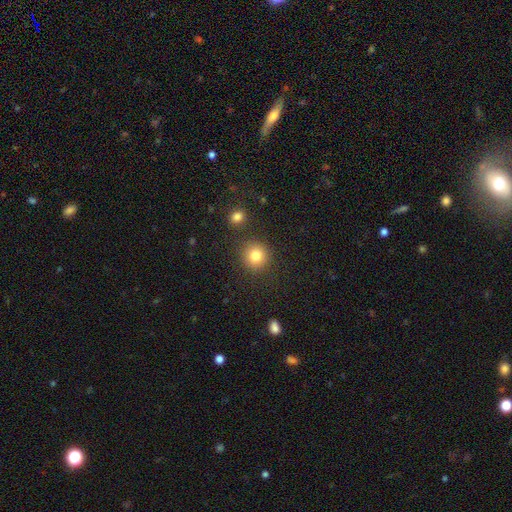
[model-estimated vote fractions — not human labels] Smooth or featured? Predicted: smooth (p=0.82). How rounded? Predicted: round (p=0.91). Merging? Predicted: none (p=0.86).